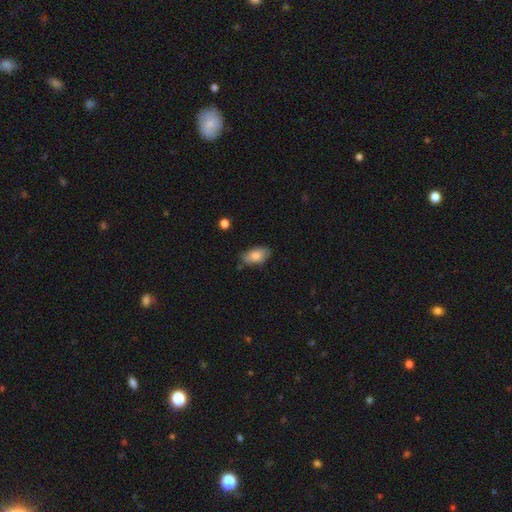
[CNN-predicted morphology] smooth_or_featured: smooth (p=0.81) [alt: featured or disk p=0.12]
how_rounded: in between (p=0.92) [alt: round p=0.04]
merging: none (p=0.73) [alt: minor disturbance p=0.21]